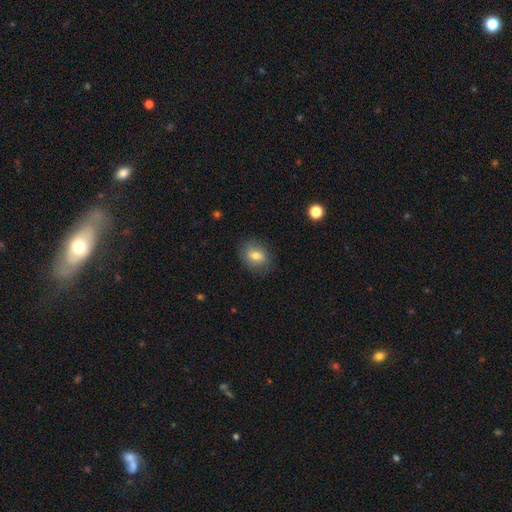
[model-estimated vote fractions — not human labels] smooth_or_featured: smooth (p=0.73) [alt: featured or disk p=0.18]
how_rounded: in between (p=0.55) [alt: round p=0.43]
merging: none (p=0.80) [alt: minor disturbance p=0.14]